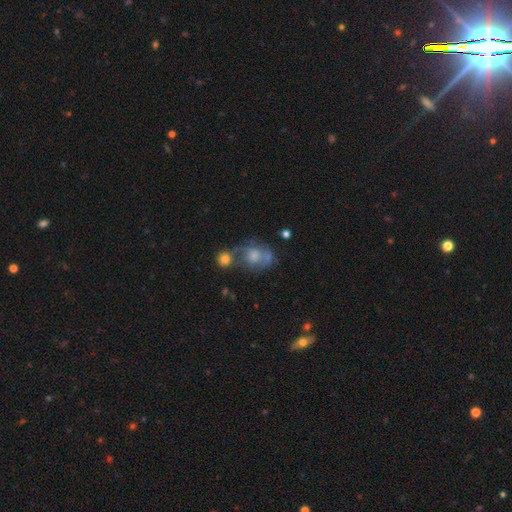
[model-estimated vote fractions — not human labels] Overall: smooth (50%; featured or disk 38%). How rounded: round (53%; in between 46%). Merging: none (34%; merger 29%).